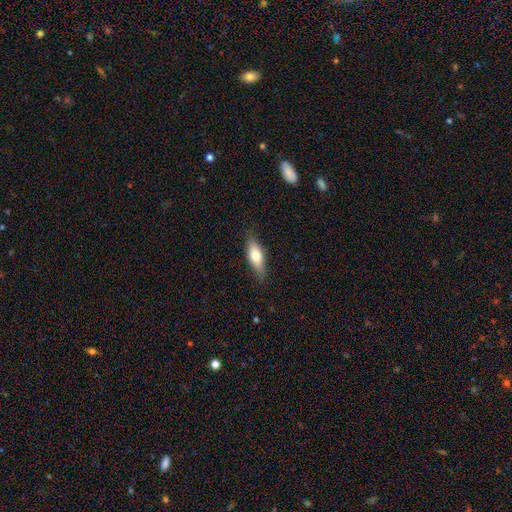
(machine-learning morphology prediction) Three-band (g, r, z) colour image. It shows a smooth galaxy with no disk features (67%) that is in between round and cigar-shaped (66%). Merging: none (82%).